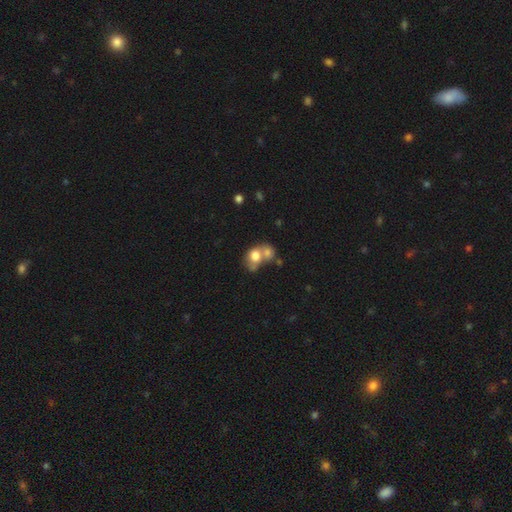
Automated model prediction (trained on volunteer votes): The model was most divided on "how rounded": round: 52%, in between: 47%, cigar-shaped: 1%. More confident: smooth or featured — smooth (72%); merging — merger (64%).